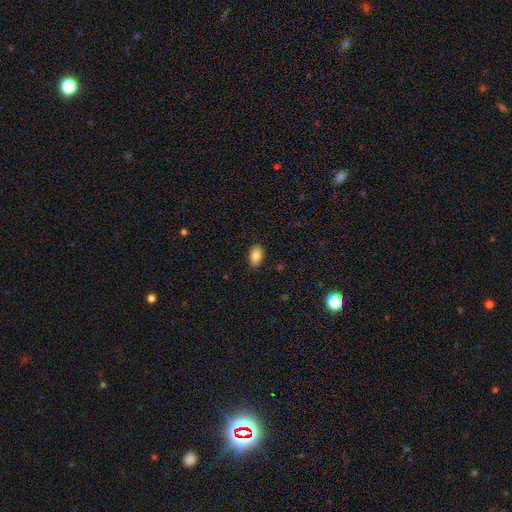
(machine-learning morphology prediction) The model was most divided on "smooth or featured": smooth: 85%, featured or disk: 8%, star or artifact: 7%. More confident: how rounded — in between (92%); merging — none (88%).